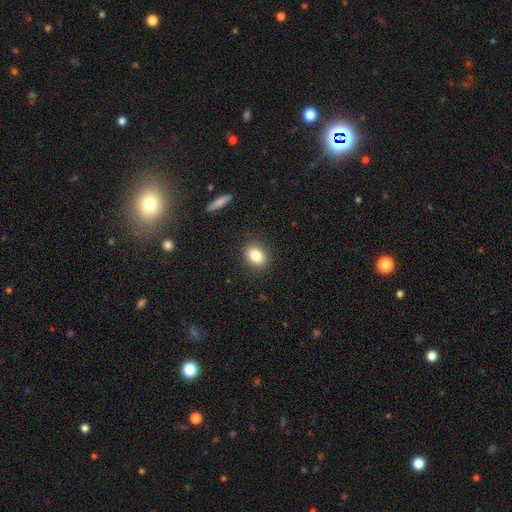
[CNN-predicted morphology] type=smooth (82%); roundness=in between (63%); merging=none (88%).